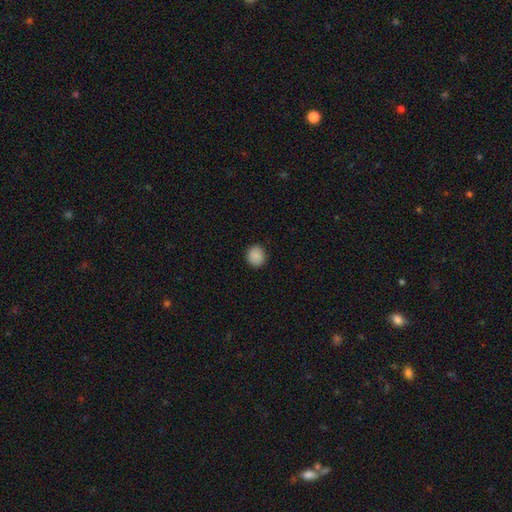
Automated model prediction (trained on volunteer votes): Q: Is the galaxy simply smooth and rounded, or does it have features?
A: smooth — 89%.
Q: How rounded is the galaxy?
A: round — 88%.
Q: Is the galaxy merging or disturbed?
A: none — 91%.